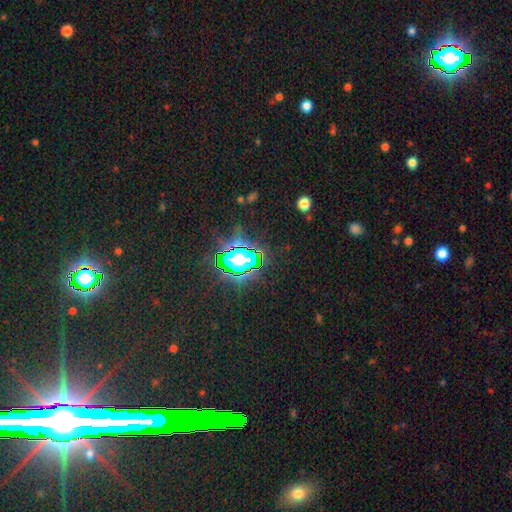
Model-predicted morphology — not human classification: smooth-or-featured: star or artifact: 72% | smooth: 18% | featured or disk: 10%